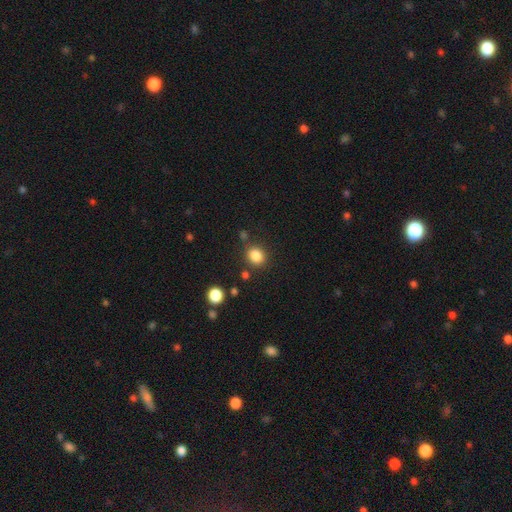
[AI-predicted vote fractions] Q: Smooth or featured?
A: smooth (85%); runner-up: star or artifact (11%)
Q: How rounded?
A: round (67%); runner-up: in between (32%)
Q: Merging?
A: none (81%); runner-up: minor disturbance (10%)